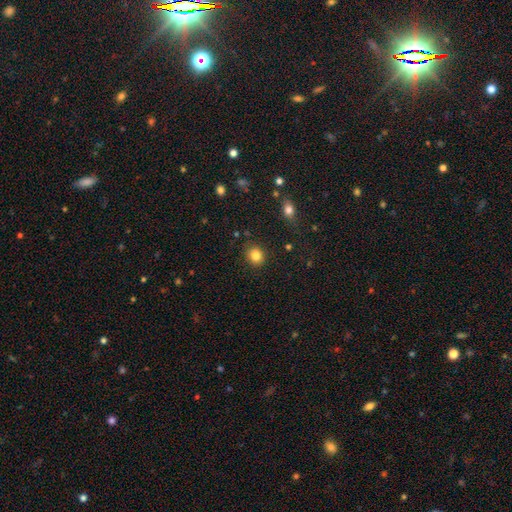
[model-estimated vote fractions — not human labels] Overall: smooth (84%). How rounded: round (80%). Merging: none (88%).